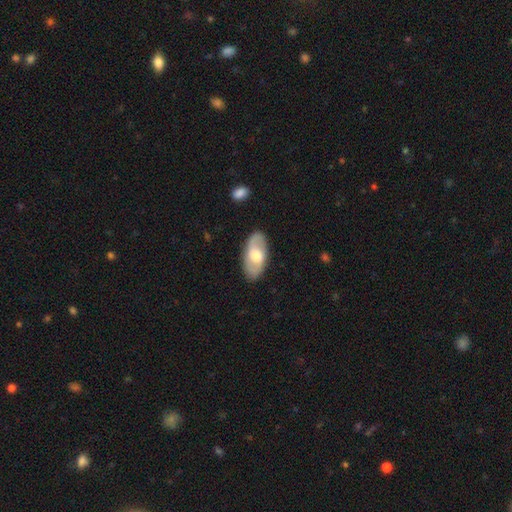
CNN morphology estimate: Smooth or featured? Predicted: smooth (p=0.49). Merging? Predicted: none (p=0.85).